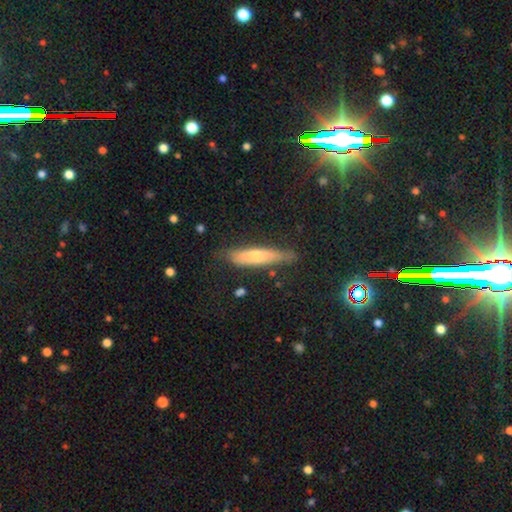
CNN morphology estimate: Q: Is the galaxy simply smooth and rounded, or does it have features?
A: smooth — 57%.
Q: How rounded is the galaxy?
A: cigar-shaped — 81%.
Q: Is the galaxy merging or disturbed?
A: none — 72%.